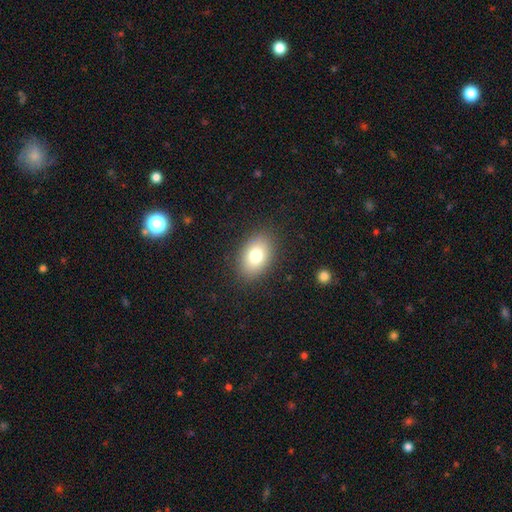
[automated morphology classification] Smooth or featured? Predicted: smooth (p=0.79). How rounded? Predicted: in between (p=0.83). Merging? Predicted: none (p=0.87).